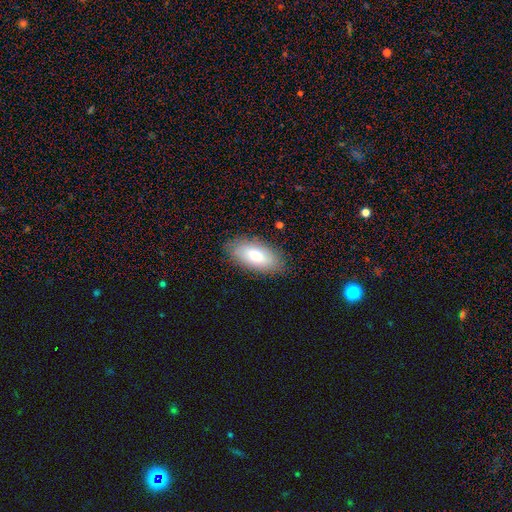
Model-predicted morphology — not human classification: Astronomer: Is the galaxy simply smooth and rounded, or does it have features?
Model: smooth — 70%.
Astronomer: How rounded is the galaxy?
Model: in between — 91%.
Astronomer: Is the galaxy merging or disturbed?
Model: none — 85%.